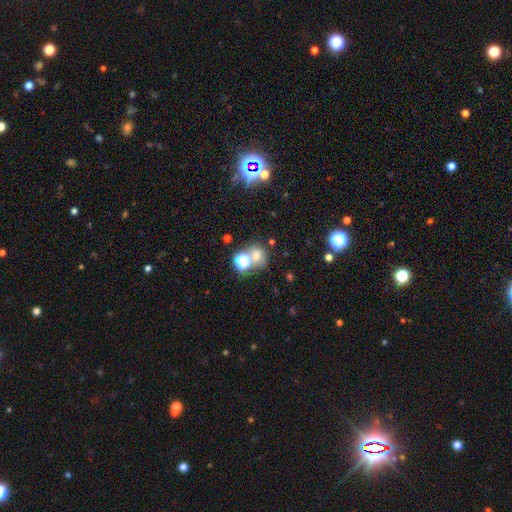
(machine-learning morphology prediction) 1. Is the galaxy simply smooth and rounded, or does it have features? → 59% smooth, 28% star or artifact, 13% featured or disk.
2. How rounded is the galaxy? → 67% round, 32% in between, 1% cigar-shaped.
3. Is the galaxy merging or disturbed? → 45% none, 37% merger, 11% minor disturbance, 7% major disturbance.